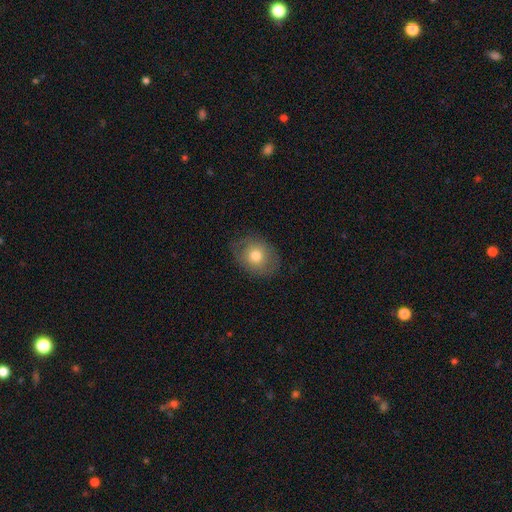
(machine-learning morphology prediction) type=smooth (73%); roundness=in between (51%); merging=none (80%).